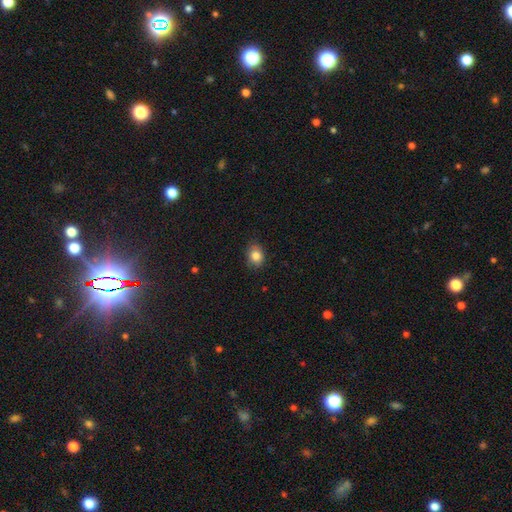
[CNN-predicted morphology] Overall: smooth (84%). How rounded: in between (54%; round 45%). Merging: none (82%).